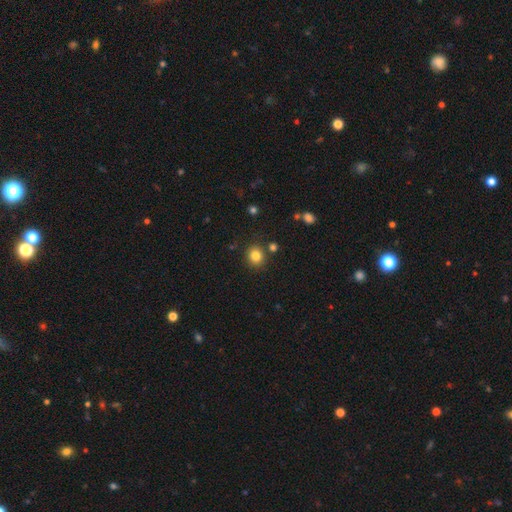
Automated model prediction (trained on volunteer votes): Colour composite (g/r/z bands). It shows a smooth galaxy with no disk features (82%) that is round (83%). Merging: none (83%).